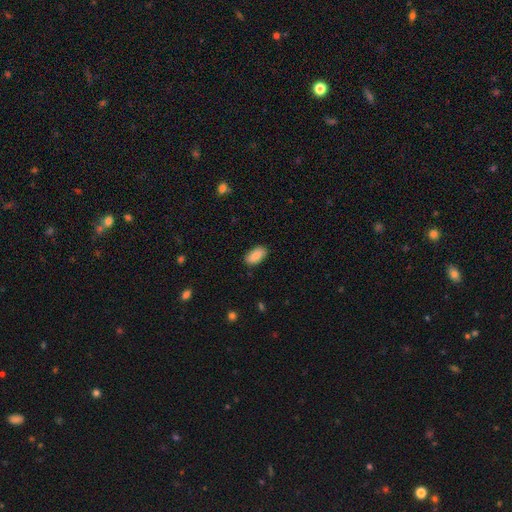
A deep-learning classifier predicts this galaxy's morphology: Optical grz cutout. It shows a smooth galaxy with no disk features (89%) that is in between round and cigar-shaped (93%). Merging: none (88%).